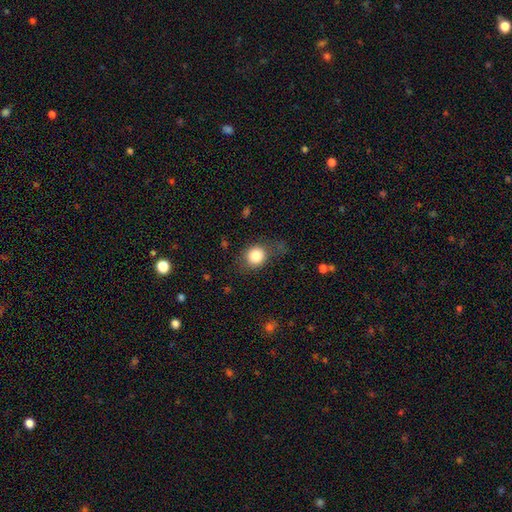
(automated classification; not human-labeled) Smooth or featured? Predicted: smooth (p=0.83). How rounded? Predicted: round (p=0.75). Merging? Predicted: none (p=0.68).